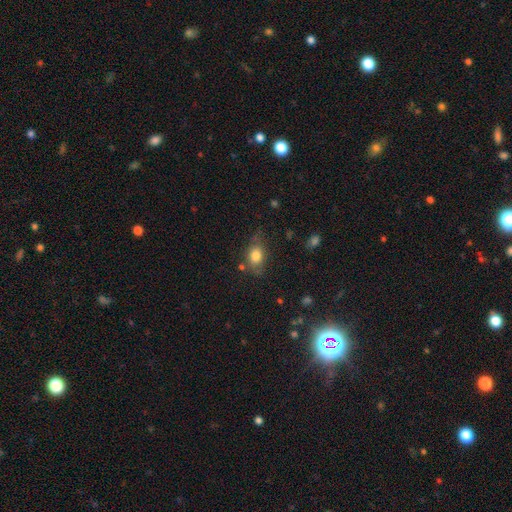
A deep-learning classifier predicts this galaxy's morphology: Smooth or featured? smooth (80%)
How rounded? in between (71%)
Merging? none (66%)